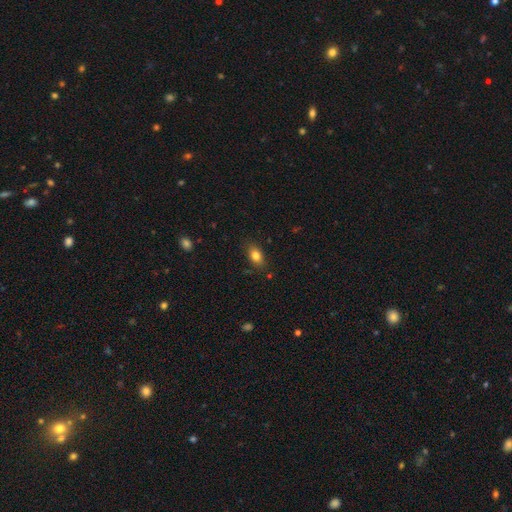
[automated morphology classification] Q: Smooth or featured?
A: smooth (82%); runner-up: star or artifact (9%)
Q: How rounded?
A: in between (82%); runner-up: round (14%)
Q: Merging?
A: none (82%); runner-up: minor disturbance (13%)